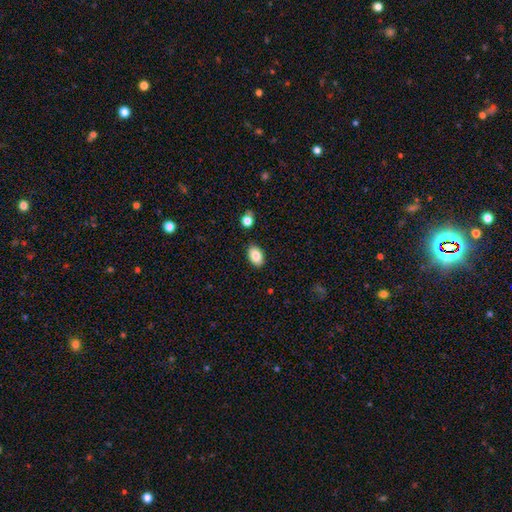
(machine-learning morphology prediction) smooth-or-featured: smooth: 86% | star or artifact: 8% | featured or disk: 7%
  how-rounded: in between: 91% | round: 8% | cigar-shaped: 1%
  merging: none: 87% | minor disturbance: 9% | merger: 3% | major disturbance: 2%